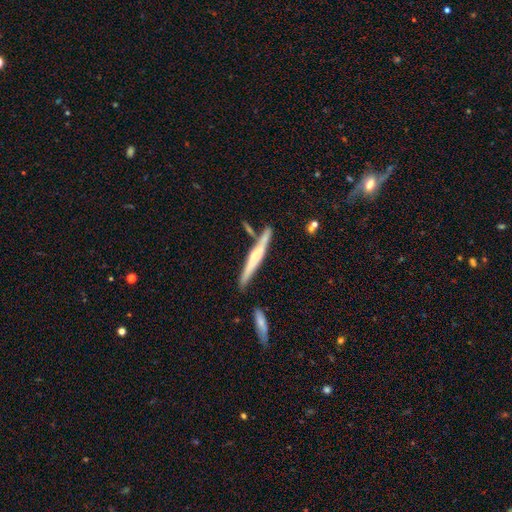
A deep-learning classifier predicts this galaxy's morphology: A featured or disk galaxy (59%) viewed edge-on (96%) with a rounded central bulge (62%).

Vote fractions:
- Smooth or featured? featured or disk: 59% / smooth: 35% / star or artifact: 6%
- Edge-on disk? yes: 96% / no: 4%
- Edge-on bulge? rounded: 62% / none: 24% / boxy: 13%
- Merging? none: 75% / minor disturbance: 13% / merger: 9% / major disturbance: 3%